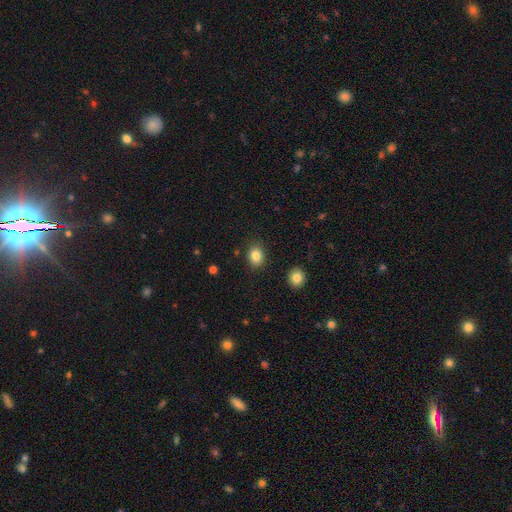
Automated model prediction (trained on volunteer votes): Smooth or featured? smooth (85%)
How rounded? round (53%)
Merging? none (85%)